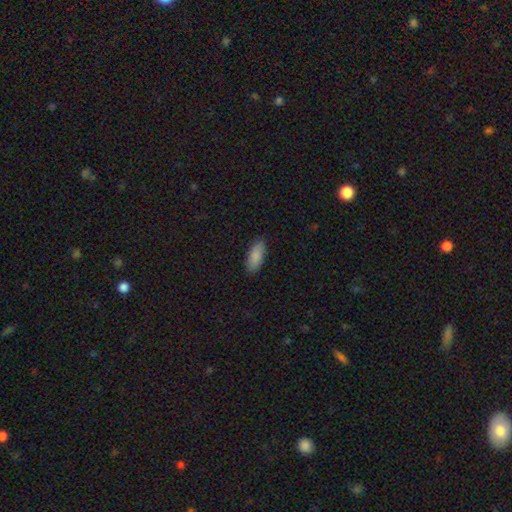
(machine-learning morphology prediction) Q: Smooth or featured?
A: smooth (89%); runner-up: star or artifact (6%)
Q: How rounded?
A: in between (83%); runner-up: cigar-shaped (15%)
Q: Merging?
A: none (88%); runner-up: minor disturbance (9%)